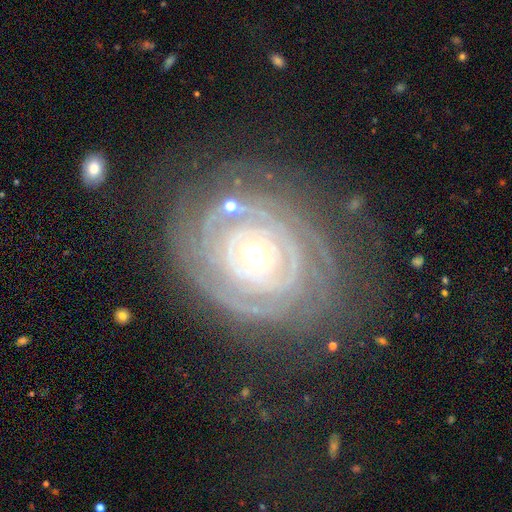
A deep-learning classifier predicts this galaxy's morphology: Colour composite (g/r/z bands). It shows a featured or disk galaxy (88%) with no bar (75%), tight (87%) spiral arms (93%) and a moderate central bulge (60%). Merging: none (74%).